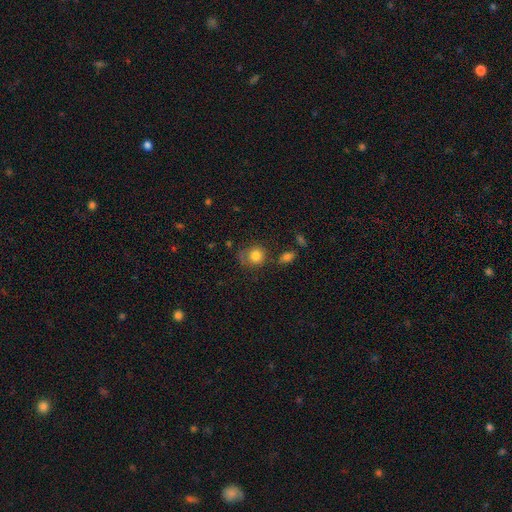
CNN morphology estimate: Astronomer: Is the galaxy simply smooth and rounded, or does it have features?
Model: smooth — 80%.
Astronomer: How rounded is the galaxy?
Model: round — 80%.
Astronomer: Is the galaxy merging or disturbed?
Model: none — 59%.